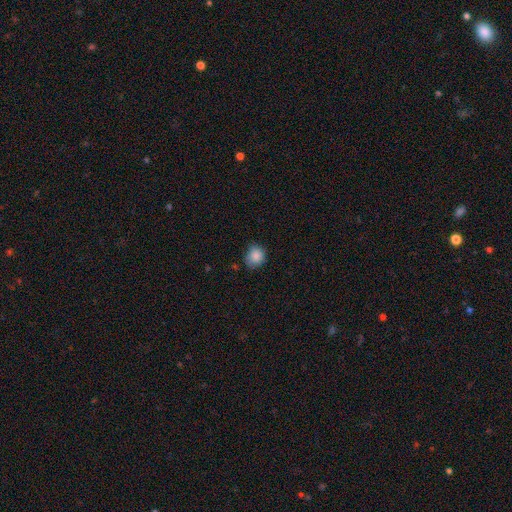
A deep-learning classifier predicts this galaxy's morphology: Overall: smooth (86%). How rounded: round (78%). Merging: none (72%).